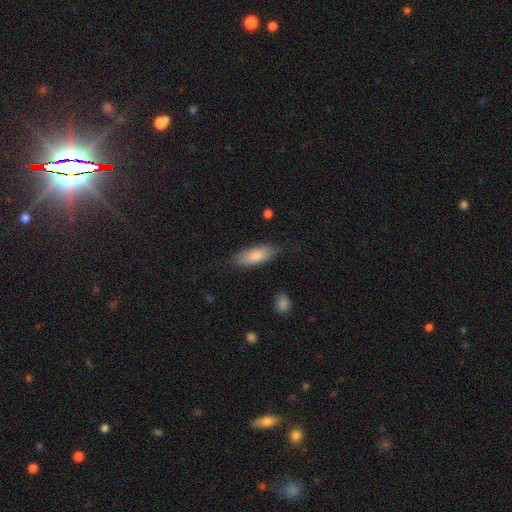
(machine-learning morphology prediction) Smooth or featured: smooth — 82% (featured or disk — 12%)
How rounded: in between — 66% (cigar-shaped — 32%)
Merging: none — 81% (minor disturbance — 14%)